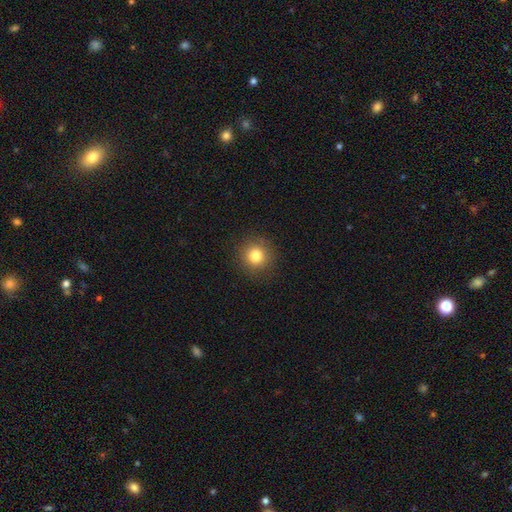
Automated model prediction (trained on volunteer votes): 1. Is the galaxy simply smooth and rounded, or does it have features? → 81% smooth, 12% star or artifact, 7% featured or disk.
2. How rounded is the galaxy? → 94% round, 5% in between, 1% cigar-shaped.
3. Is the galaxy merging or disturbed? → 90% none, 7% minor disturbance, 2% major disturbance, 1% merger.